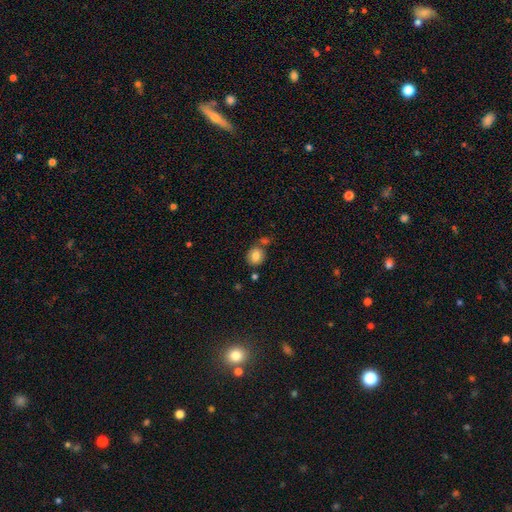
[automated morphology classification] Smooth or featured? smooth (81%)
How rounded? round (79%)
Merging? none (69%)